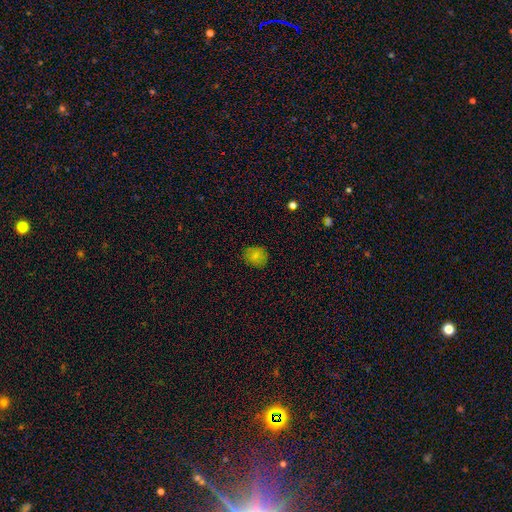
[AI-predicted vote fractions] Smooth or featured? Predicted: smooth (p=0.80). How rounded? Predicted: round (p=0.76). Merging? Predicted: none (p=0.83).